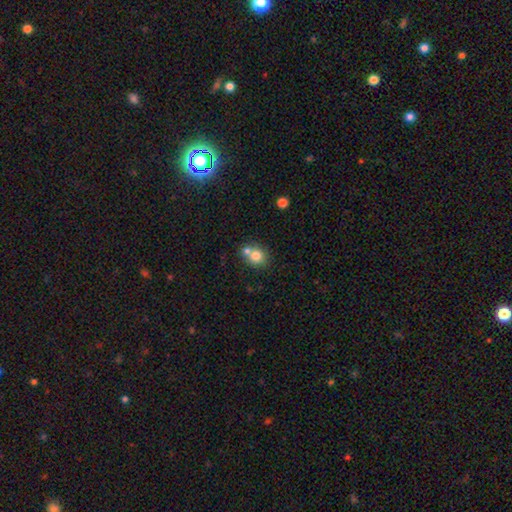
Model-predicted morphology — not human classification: smooth 77%, featured or disk 12%, star or artifact 11%. Down the decision tree: how rounded — round (81%); merging — none (48%).